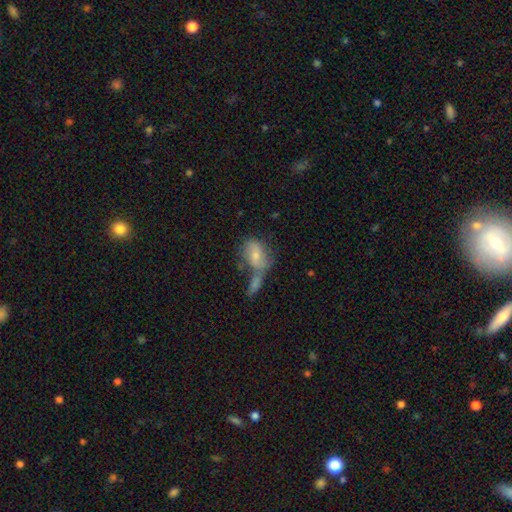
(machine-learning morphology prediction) Smooth or featured? smooth (62%)
How rounded? in between (80%)
Merging? merger (42%)